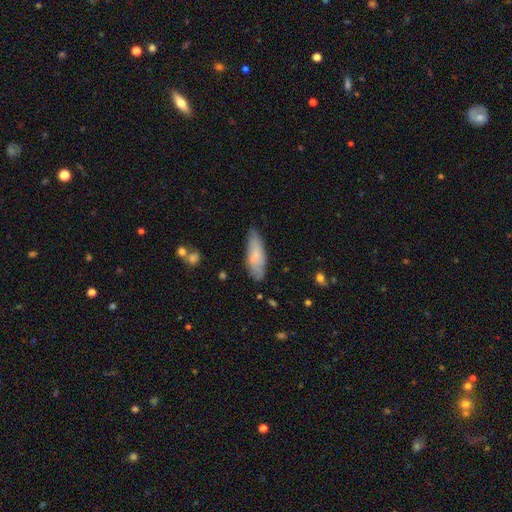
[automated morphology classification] smooth_or_featured: smooth (p=0.71) [alt: featured or disk p=0.23]
how_rounded: in between (p=0.56) [alt: cigar-shaped p=0.42]
merging: none (p=0.71) [alt: minor disturbance p=0.23]